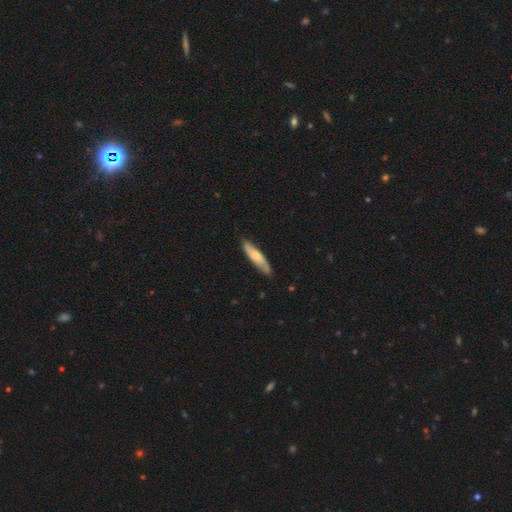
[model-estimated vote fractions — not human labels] smooth-or-featured: smooth: 60% | featured or disk: 34% | star or artifact: 5%
  how-rounded: cigar-shaped: 75% | in between: 23% | round: 2%
  merging: none: 80% | minor disturbance: 17% | major disturbance: 2% | merger: 1%